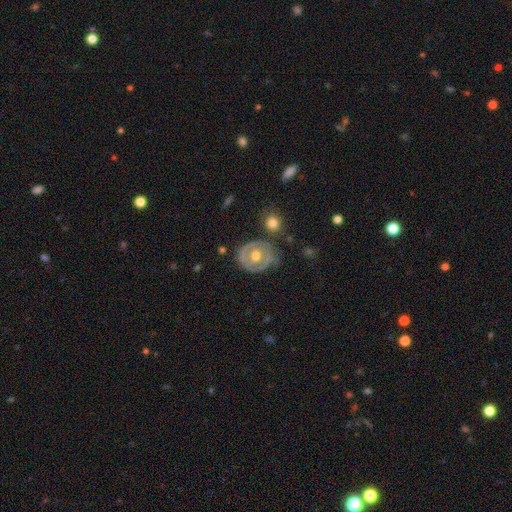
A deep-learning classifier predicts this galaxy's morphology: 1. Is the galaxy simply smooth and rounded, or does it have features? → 68% featured or disk, 26% smooth, 6% star or artifact.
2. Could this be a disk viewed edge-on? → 96% no, 4% yes.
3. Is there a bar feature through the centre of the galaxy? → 65% no, 26% weak, 9% strong.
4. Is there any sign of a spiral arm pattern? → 50% no (tied), 50% yes (tied).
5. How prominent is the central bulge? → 78% moderate, 11% small, 9% large, 1% none, 1% dominant.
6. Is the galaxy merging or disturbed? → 68% none, 20% minor disturbance, 8% major disturbance, 4% merger.